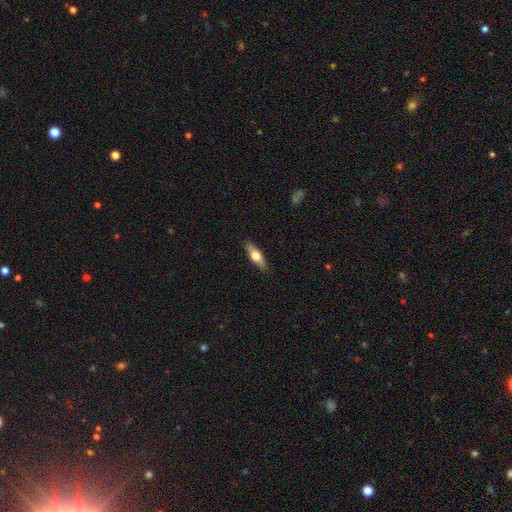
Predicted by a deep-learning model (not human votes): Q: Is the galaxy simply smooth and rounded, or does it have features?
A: smooth — 55%.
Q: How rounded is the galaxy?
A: in between — 54%.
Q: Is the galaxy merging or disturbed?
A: none — 87%.